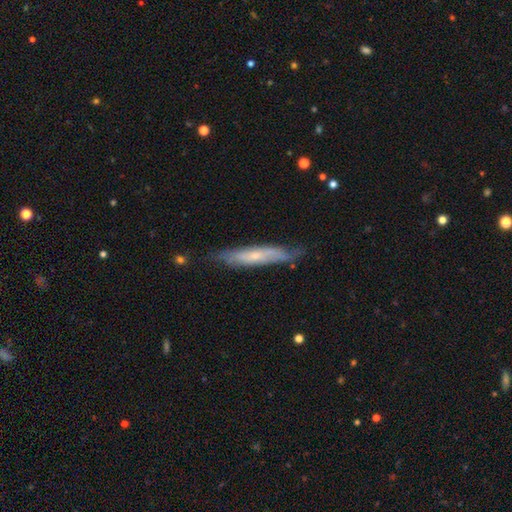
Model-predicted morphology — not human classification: Smooth or featured: featured or disk — 56% (smooth — 37%)
Edge-on disk: yes — 63% (no — 37%)
Merging: none — 70% (minor disturbance — 23%)